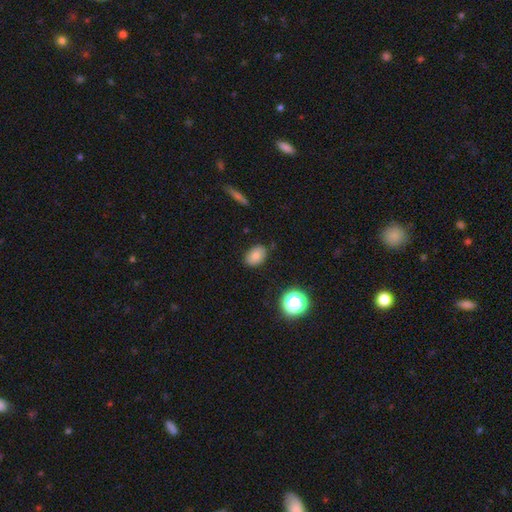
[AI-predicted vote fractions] smooth-or-featured: smooth: 76% | featured or disk: 13% | star or artifact: 11%
  how-rounded: in between: 76% | round: 22% | cigar-shaped: 1%
  merging: none: 84% | minor disturbance: 12% | major disturbance: 2% | merger: 2%